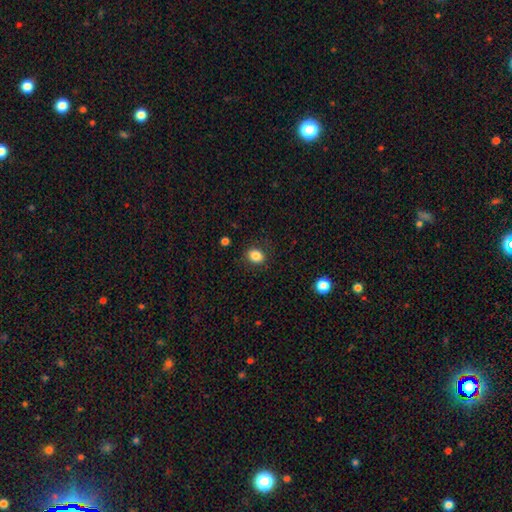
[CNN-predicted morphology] The model was most divided on "how rounded": in between: 51%, round: 48%, cigar-shaped: 1%. More confident: merging — none (85%); smooth or featured — smooth (85%).